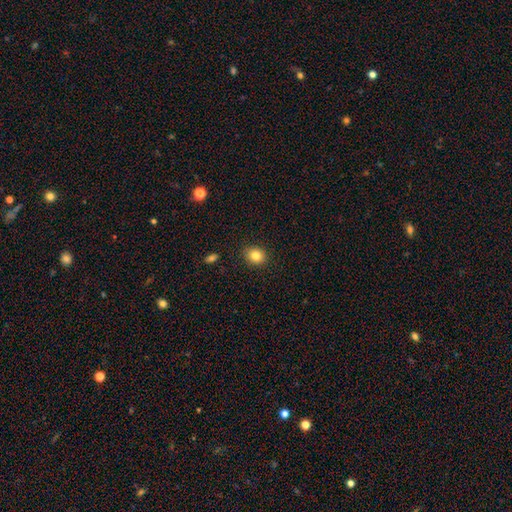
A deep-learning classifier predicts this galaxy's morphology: A smooth galaxy with no disk features (83%) that is round (65%). Merging: none (89%).